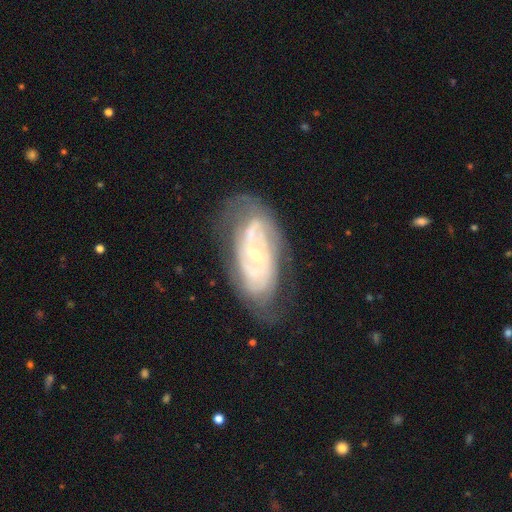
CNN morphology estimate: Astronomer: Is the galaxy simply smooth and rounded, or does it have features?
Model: featured or disk — 83%.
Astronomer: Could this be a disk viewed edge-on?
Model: no — 94%.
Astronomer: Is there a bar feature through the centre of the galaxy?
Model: no — 43% (runner-up: weak, 40%).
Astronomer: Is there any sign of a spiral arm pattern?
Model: yes — 91%.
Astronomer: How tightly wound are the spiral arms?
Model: tight — 55% (runner-up: medium, 36%).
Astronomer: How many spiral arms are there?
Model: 2 — 47% (runner-up: can't tell, 31%).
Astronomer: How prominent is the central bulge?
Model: small — 72%.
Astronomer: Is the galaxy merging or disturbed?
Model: none — 66%.